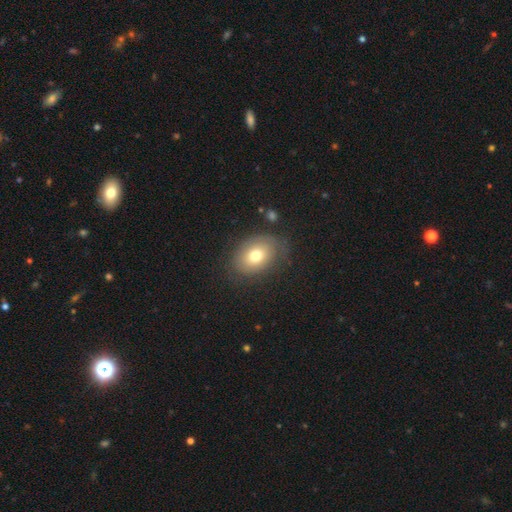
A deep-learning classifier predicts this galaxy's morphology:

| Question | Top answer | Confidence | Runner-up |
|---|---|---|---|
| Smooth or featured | smooth | 69% | featured or disk (22%) |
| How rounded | in between | 74% | round (25%) |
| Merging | none | 74% | minor disturbance (18%) |